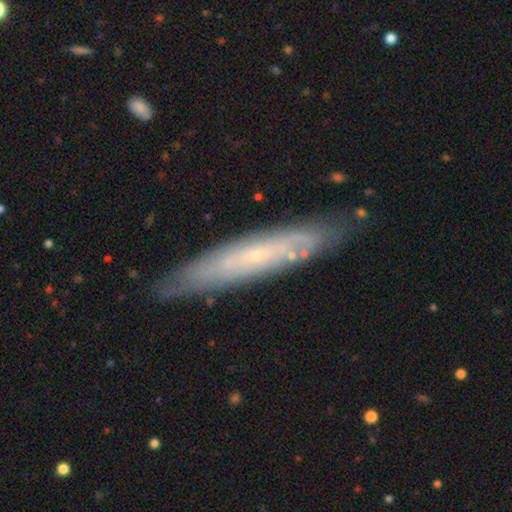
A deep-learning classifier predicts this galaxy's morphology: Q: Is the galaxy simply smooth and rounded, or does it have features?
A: featured or disk — 69%.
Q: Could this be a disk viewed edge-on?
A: yes — 51%.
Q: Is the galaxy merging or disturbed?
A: none — 82%.